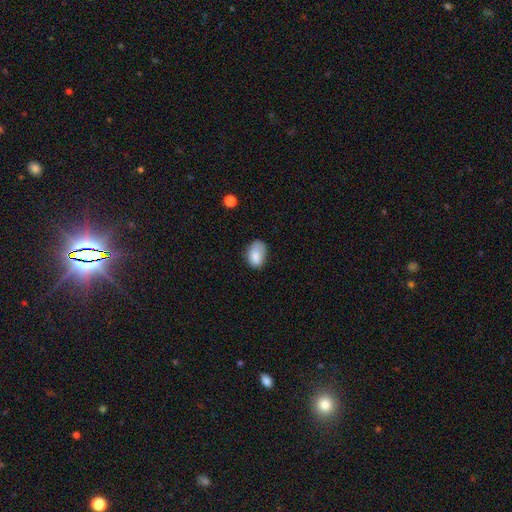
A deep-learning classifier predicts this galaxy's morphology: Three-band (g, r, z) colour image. It shows a smooth galaxy with no disk features (83%) that is in between round and cigar-shaped (83%). Merging: none (55%).